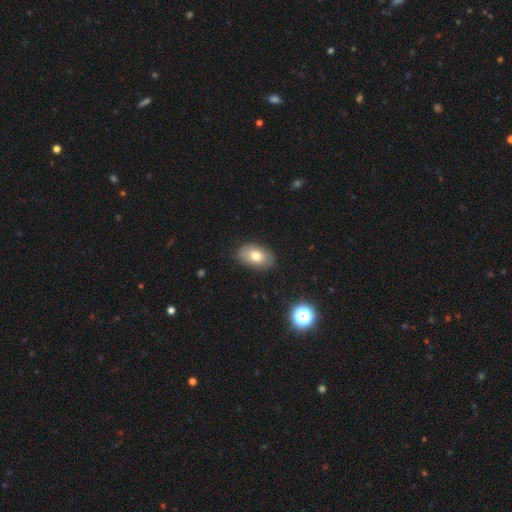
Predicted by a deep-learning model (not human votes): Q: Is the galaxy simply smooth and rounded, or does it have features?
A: smooth — 75%.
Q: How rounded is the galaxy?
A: in between — 89%.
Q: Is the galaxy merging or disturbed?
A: none — 85%.